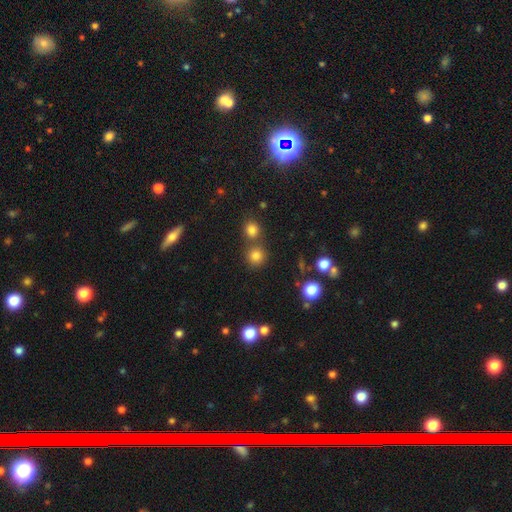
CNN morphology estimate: smooth-or-featured: smooth: 78% | star or artifact: 15% | featured or disk: 6%
  how-rounded: round: 90% | in between: 9% | cigar-shaped: 1%
  merging: none: 68% | merger: 21% | minor disturbance: 8% | major disturbance: 3%